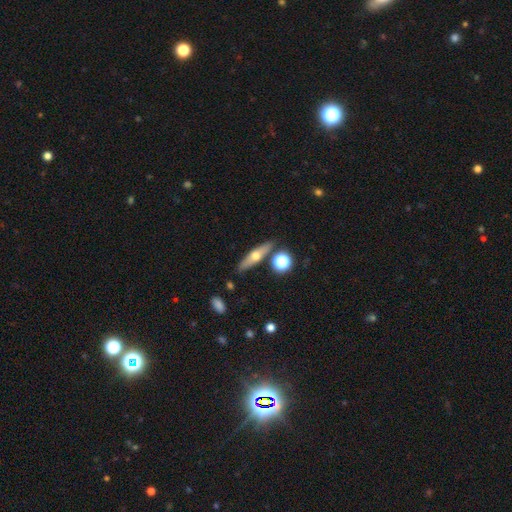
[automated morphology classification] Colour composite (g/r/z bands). It shows a featured or disk galaxy (47%). Merging: none (82%).